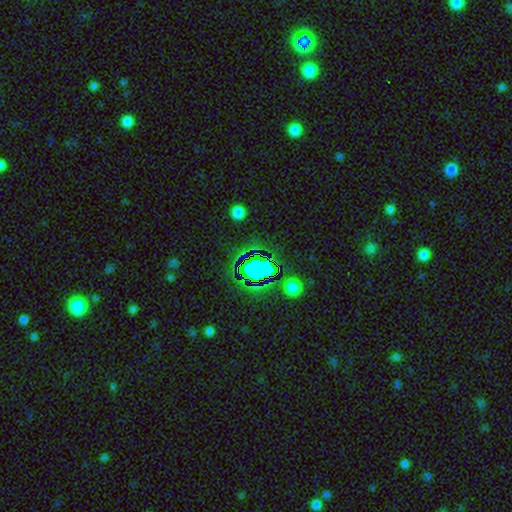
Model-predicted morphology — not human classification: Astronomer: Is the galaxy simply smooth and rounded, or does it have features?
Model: star or artifact — 78%.